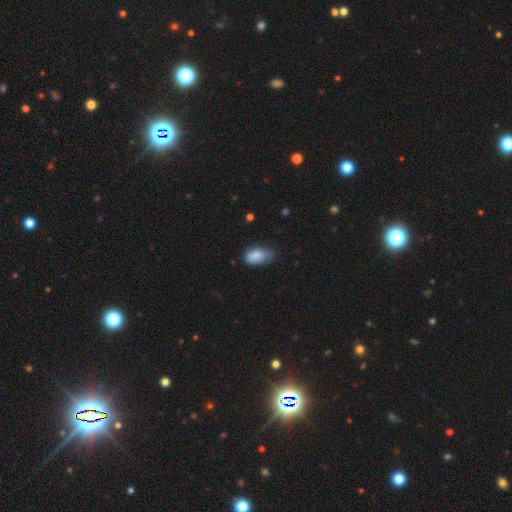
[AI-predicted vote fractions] Smooth or featured?
  - smooth: 83% *
  - featured or disk: 10%
  - star or artifact: 7%
How rounded?
  - in between: 91% *
  - round: 8%
  - cigar-shaped: 2%
Merging?
  - none: 48% *
  - minor disturbance: 40%
  - major disturbance: 11%
  - merger: 2%